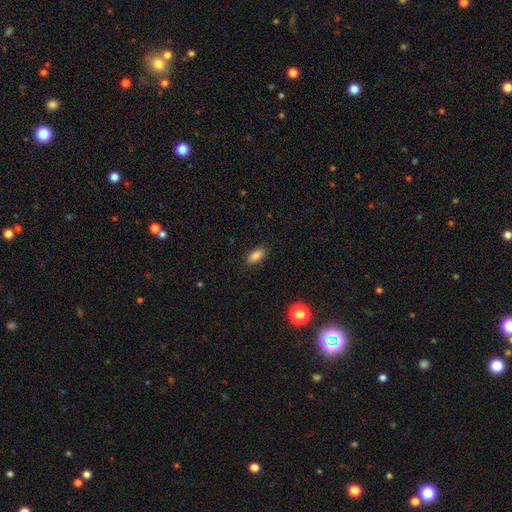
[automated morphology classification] The model was most divided on "merging": none: 86%, minor disturbance: 11%, major disturbance: 2%, merger: 1%. More confident: smooth or featured — smooth (87%); how rounded — in between (86%).